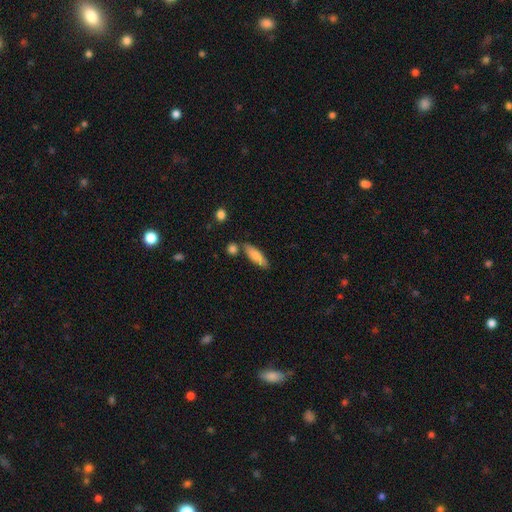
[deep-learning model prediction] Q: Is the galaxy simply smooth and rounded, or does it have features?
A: smooth — 78%.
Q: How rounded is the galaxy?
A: cigar-shaped — 52%.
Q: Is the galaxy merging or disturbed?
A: none — 76%.